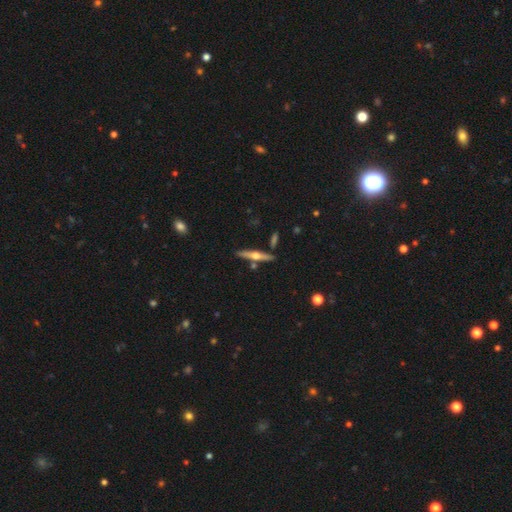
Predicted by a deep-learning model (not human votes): Smooth or featured? featured or disk (67%)
Edge-on disk? yes (97%)
Edge-on bulge? rounded (93%)
Merging? none (82%)